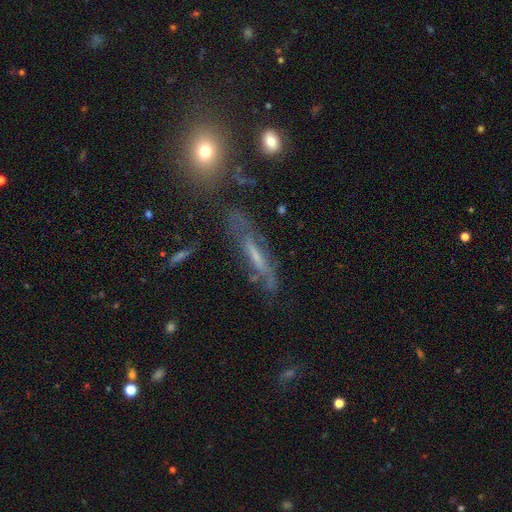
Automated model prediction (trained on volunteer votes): Smooth or featured?
  - featured or disk: 62% *
  - smooth: 25%
  - star or artifact: 13%
Edge-on disk?
  - no: 52% *
  - yes: 48%
Merging?
  - none: 60% *
  - minor disturbance: 22%
  - major disturbance: 13%
  - merger: 5%